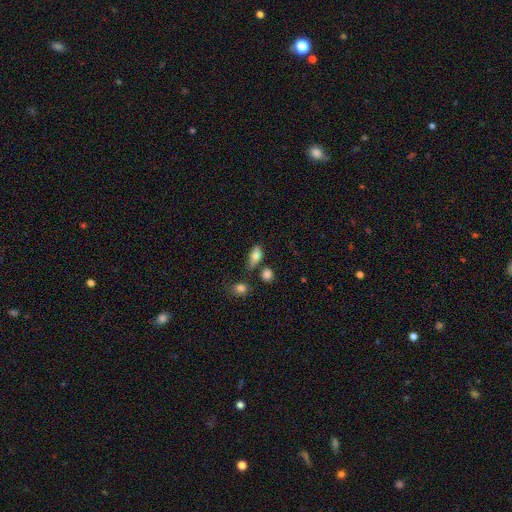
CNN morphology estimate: This appears to be a smooth galaxy with no disk features (76%) that is in between round and cigar-shaped (80%). Merging: none (53%).